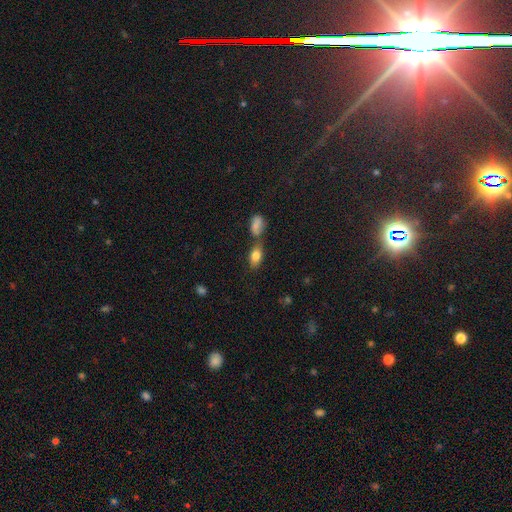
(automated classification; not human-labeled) Smooth or featured?
  - smooth: 80% *
  - featured or disk: 11%
  - star or artifact: 9%
How rounded?
  - in between: 88% *
  - round: 8%
  - cigar-shaped: 5%
Merging?
  - none: 55% *
  - merger: 28%
  - minor disturbance: 13%
  - major disturbance: 4%